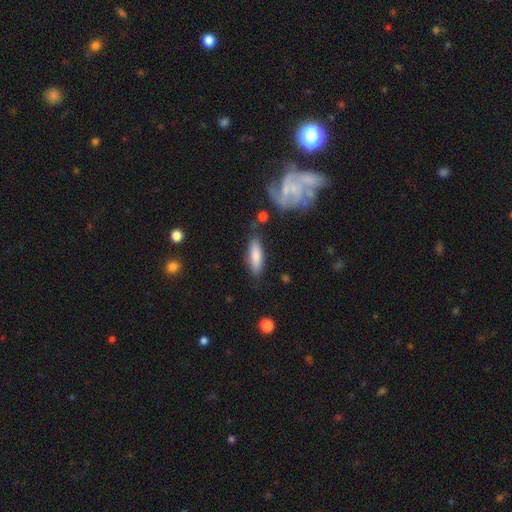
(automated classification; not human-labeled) This appears to be a smooth galaxy with no disk features (78%) that is in between round and cigar-shaped (55%). Merging: none (77%).